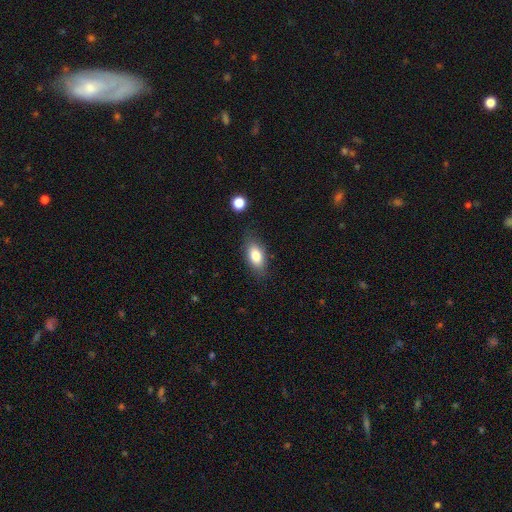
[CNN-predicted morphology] A smooth galaxy with no disk features (81%) that is in between round and cigar-shaped (87%). Merging: none (80%).